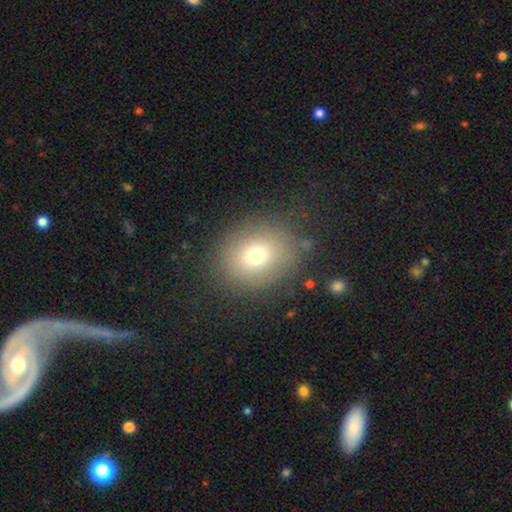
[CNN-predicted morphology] type=smooth (72%); roundness=round (73%); merging=none (81%).